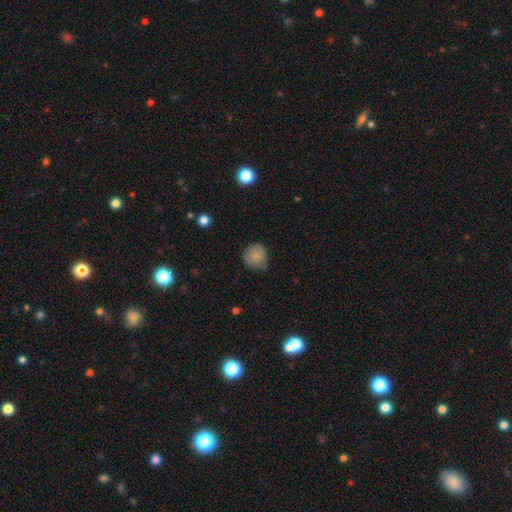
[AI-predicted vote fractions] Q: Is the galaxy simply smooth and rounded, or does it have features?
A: smooth — 83%.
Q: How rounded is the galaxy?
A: round — 88%.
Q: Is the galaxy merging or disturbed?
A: none — 67%.